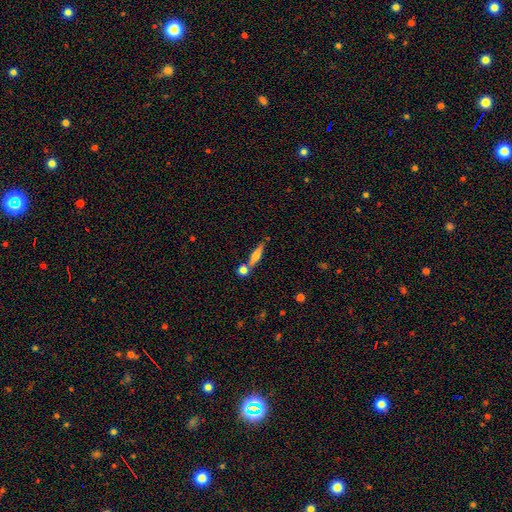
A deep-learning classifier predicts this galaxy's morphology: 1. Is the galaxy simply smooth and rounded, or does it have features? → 53% featured or disk, 40% smooth, 8% star or artifact.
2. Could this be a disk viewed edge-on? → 95% yes, 5% no.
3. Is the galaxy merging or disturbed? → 67% none, 21% merger, 10% minor disturbance, 3% major disturbance.